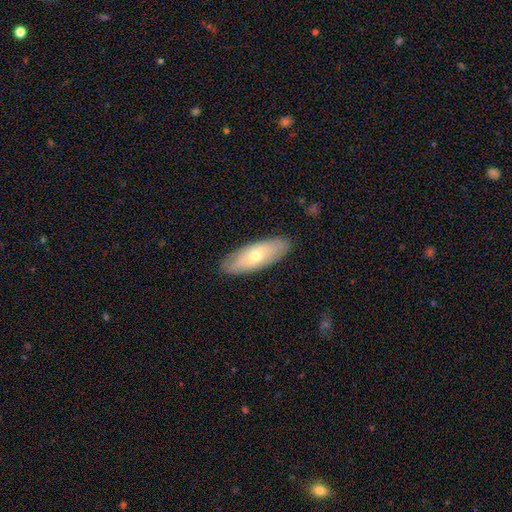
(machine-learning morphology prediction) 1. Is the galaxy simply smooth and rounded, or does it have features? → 53% smooth, 41% featured or disk, 6% star or artifact.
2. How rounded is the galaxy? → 68% in between, 29% cigar-shaped, 3% round.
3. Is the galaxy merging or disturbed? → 87% none, 10% minor disturbance, 2% major disturbance, 1% merger.